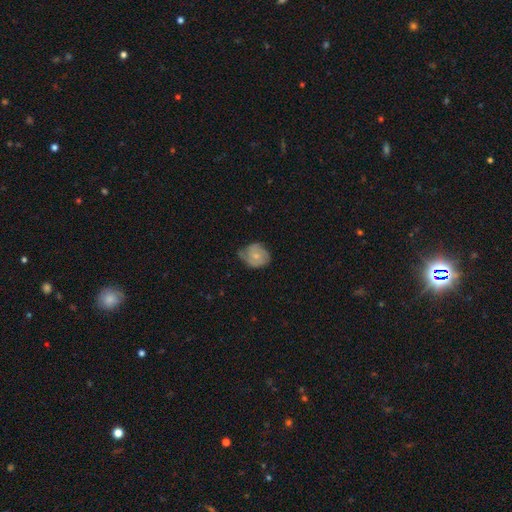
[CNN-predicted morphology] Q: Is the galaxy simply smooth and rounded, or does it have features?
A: featured or disk — 49%.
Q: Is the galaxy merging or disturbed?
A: none — 53%.